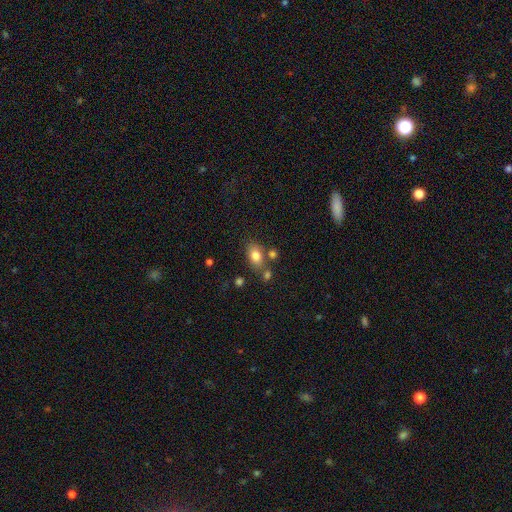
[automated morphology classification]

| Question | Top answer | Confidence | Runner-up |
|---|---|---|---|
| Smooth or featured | smooth | 80% | featured or disk (10%) |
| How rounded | in between | 80% | round (18%) |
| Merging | none | 67% | merger (15%) |